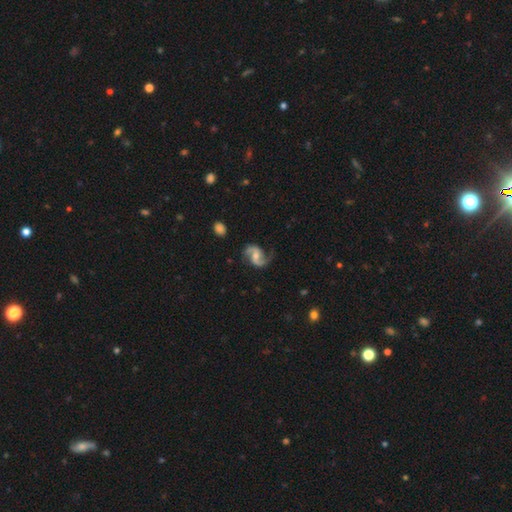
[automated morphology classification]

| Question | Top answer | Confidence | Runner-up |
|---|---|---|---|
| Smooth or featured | featured or disk | 90% | smooth (5%) |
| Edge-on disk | no | 98% | yes (2%) |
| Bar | weak | 44% | no (40%) |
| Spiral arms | yes | 98% | no (2%) |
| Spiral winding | medium | 47% | loose (44%) |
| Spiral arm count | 2 | 93% | 1 (3%) |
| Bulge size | moderate | 55% | small (36%) |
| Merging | none | 76% | minor disturbance (15%) |